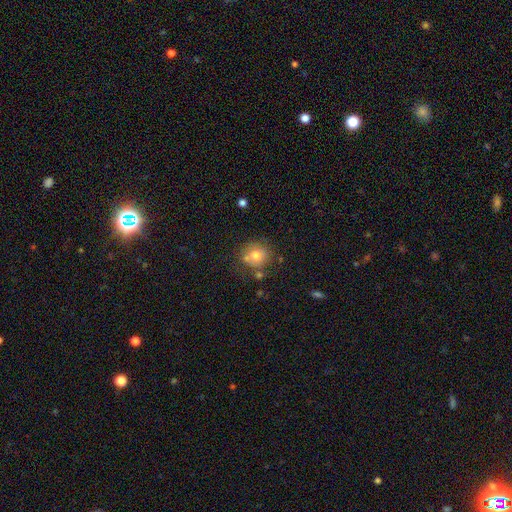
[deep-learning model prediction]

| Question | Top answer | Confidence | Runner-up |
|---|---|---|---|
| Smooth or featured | smooth | 73% | featured or disk (16%) |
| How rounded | round | 85% | in between (14%) |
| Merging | none | 65% | minor disturbance (16%) |